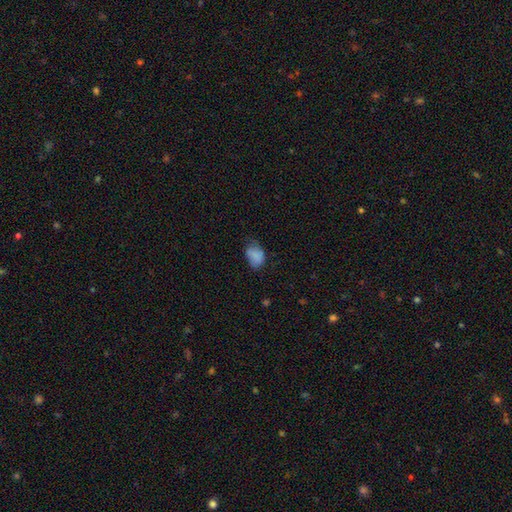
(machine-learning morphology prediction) A smooth galaxy with no disk features (81%) that is in between round and cigar-shaped (82%). Merging: none (52%).